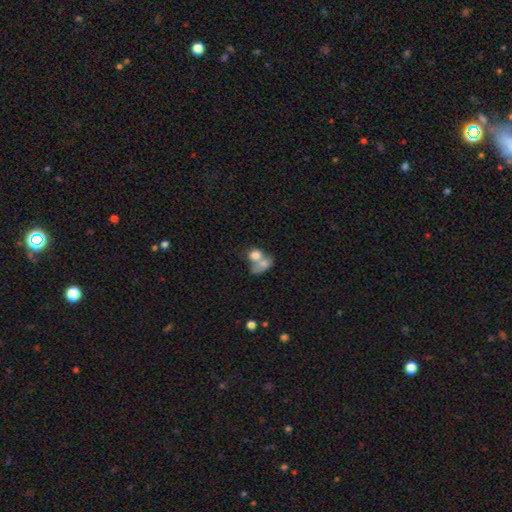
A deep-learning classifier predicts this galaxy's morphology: smooth-or-featured: smooth: 73% | featured or disk: 18% | star or artifact: 9%
  how-rounded: round: 55% | in between: 43% | cigar-shaped: 2%
  merging: merger: 68% | none: 19% | minor disturbance: 7% | major disturbance: 6%